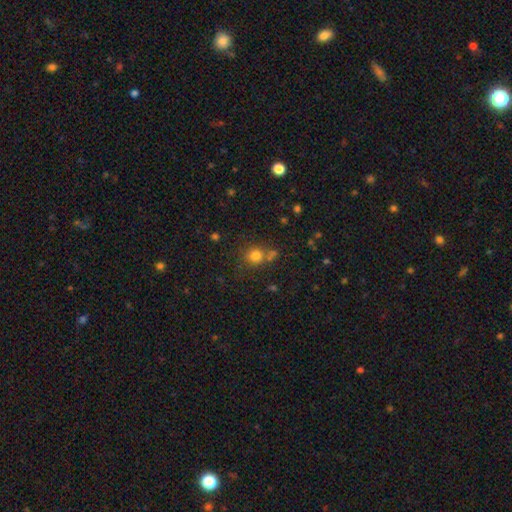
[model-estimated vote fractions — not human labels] A smooth galaxy with no disk features (78%) that is round (86%). Merging: none (64%).